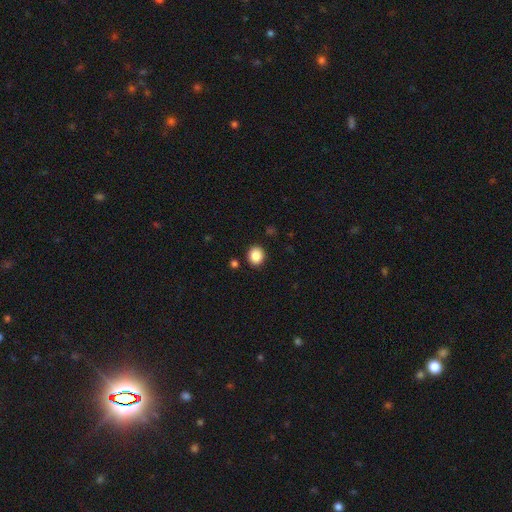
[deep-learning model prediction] smooth_or_featured: smooth (p=0.87) [alt: star or artifact p=0.09]
how_rounded: round (p=0.76) [alt: in between p=0.23]
merging: none (p=0.89) [alt: minor disturbance p=0.06]